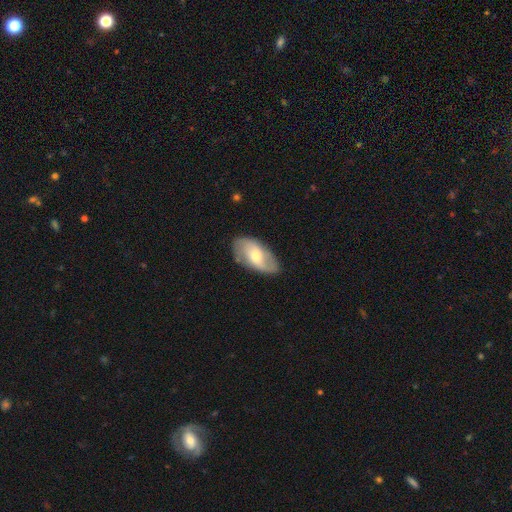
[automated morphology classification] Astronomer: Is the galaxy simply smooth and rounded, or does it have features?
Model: featured or disk — 58% (runner-up: smooth, 36%).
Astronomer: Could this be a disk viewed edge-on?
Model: no — 92%.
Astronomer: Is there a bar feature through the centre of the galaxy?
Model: weak — 43%, tied with no at 43%.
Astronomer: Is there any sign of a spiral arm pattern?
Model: yes — 79%.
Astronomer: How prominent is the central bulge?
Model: moderate — 58%.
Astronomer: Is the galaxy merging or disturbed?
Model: none — 79%.